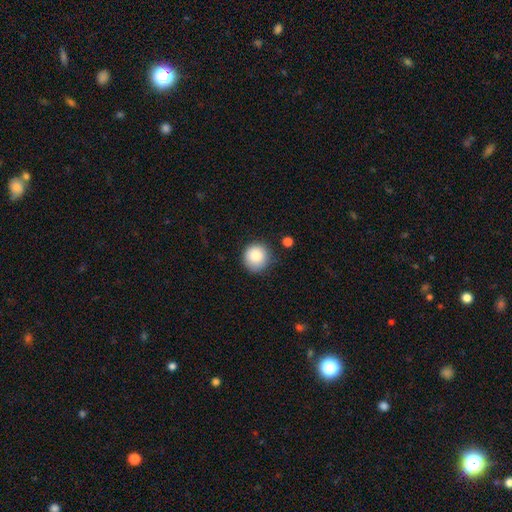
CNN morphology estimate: type=smooth (85%); roundness=round (92%); merging=none (84%).